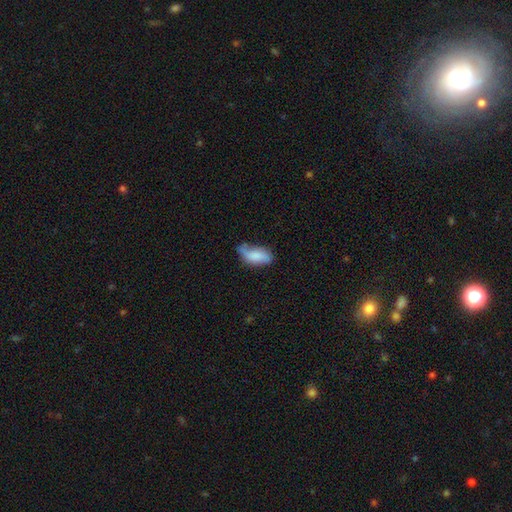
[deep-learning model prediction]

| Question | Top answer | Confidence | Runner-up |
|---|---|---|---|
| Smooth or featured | smooth | 73% | featured or disk (20%) |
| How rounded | in between | 87% | cigar-shaped (10%) |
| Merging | none | 43% | minor disturbance (39%) |